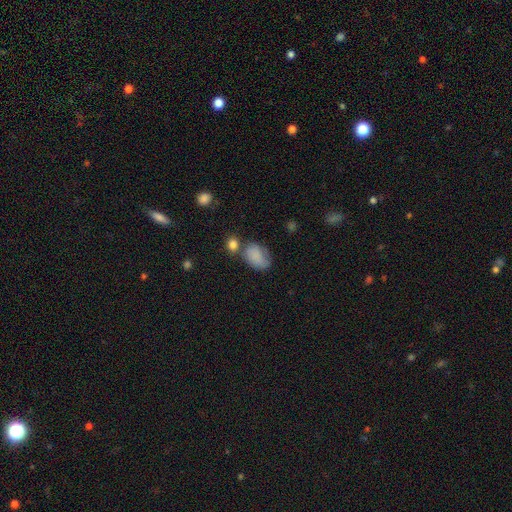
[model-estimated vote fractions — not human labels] Smooth or featured? smooth (79%)
How rounded? in between (83%)
Merging? none (47%)